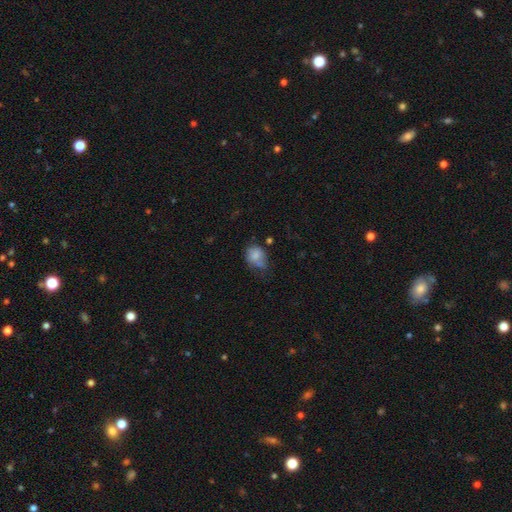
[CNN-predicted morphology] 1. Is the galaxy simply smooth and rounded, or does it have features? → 74% smooth, 16% featured or disk, 10% star or artifact.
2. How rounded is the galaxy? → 56% in between, 43% round, 1% cigar-shaped.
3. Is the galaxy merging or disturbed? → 35% minor disturbance (tied), 35% none (tied), 18% major disturbance, 12% merger.